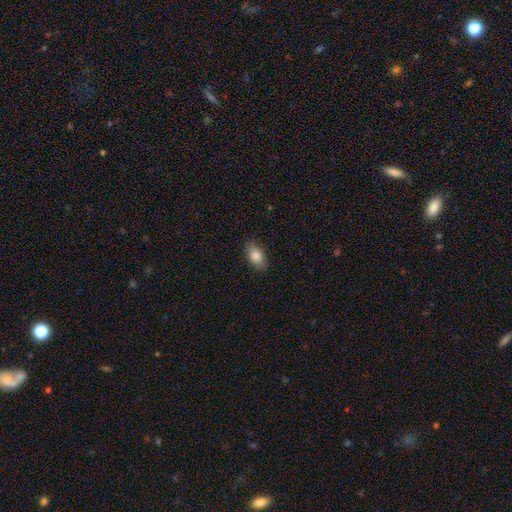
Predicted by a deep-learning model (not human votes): smooth-or-featured: smooth: 85% | featured or disk: 8% | star or artifact: 7%
  how-rounded: in between: 89% | round: 8% | cigar-shaped: 3%
  merging: none: 84% | minor disturbance: 12% | major disturbance: 3% | merger: 1%